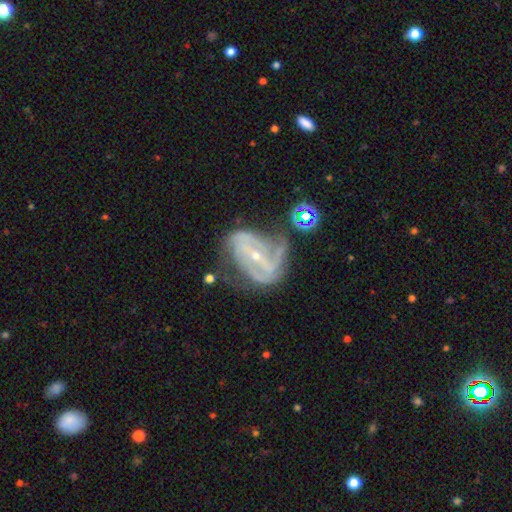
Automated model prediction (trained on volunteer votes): A featured or disk galaxy (86%) with a strong bar (53%), 2 (53%) medium (44%) spiral arms (92%) and a small central bulge (74%).

Vote fractions:
- Smooth or featured? featured or disk: 86% / smooth: 7% / star or artifact: 7%
- Edge-on disk? no: 96% / yes: 4%
- Bar? strong: 53% / weak: 29% / no: 18%
- Spiral arms? yes: 92% / no: 8%
- Spiral winding? medium: 44% / tight: 36% / loose: 20%
- Spiral arm count? 2: 53% / can't tell: 19% / 3: 15% / 1: 5% / 4: 5% / more than 4: 3%
- Bulge size? small: 74% / moderate: 23% / none: 1% / large: 1% / dominant: 1%
- Merging? none: 43% / minor disturbance: 27% / major disturbance: 22% / merger: 7%